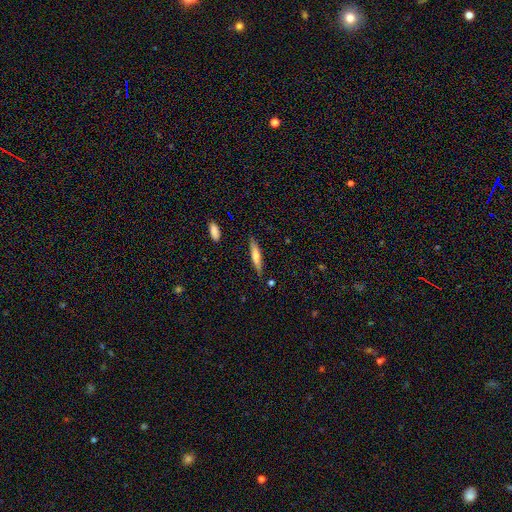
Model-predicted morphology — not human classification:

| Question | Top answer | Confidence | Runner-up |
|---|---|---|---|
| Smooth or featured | smooth | 60% | featured or disk (34%) |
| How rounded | cigar-shaped | 85% | in between (14%) |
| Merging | none | 83% | minor disturbance (13%) |